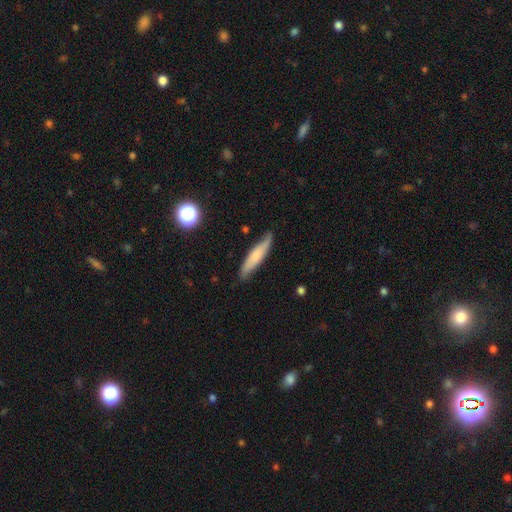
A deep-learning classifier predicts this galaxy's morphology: Overall: smooth (61%; featured or disk 32%). How rounded: cigar-shaped (84%). Merging: none (78%).